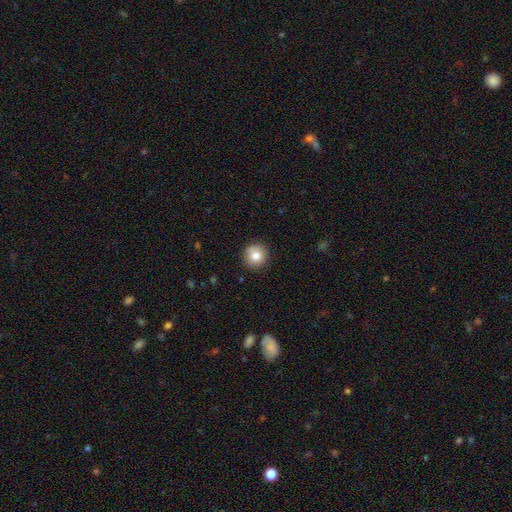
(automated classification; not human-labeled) The model was most divided on "smooth or featured": smooth: 81%, star or artifact: 10%, featured or disk: 9%. More confident: how rounded — round (95%); merging — none (88%).